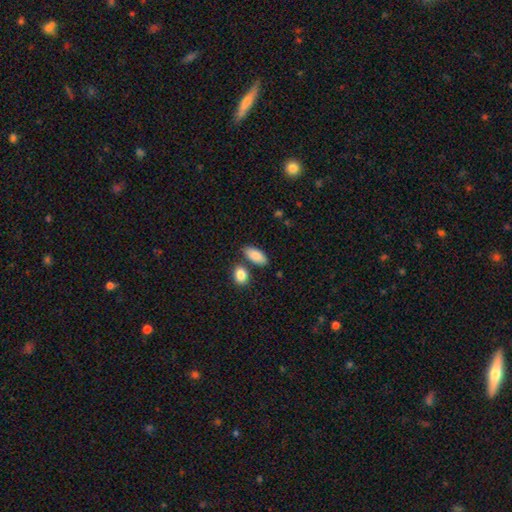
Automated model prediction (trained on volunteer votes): Smooth or featured? smooth (87%)
How rounded? in between (87%)
Merging? none (72%)